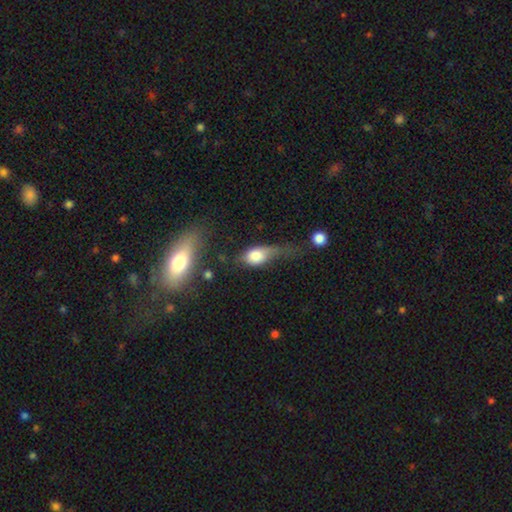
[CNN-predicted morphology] type=smooth (66%); roundness=in between (72%); merging=major disturbance (33%).